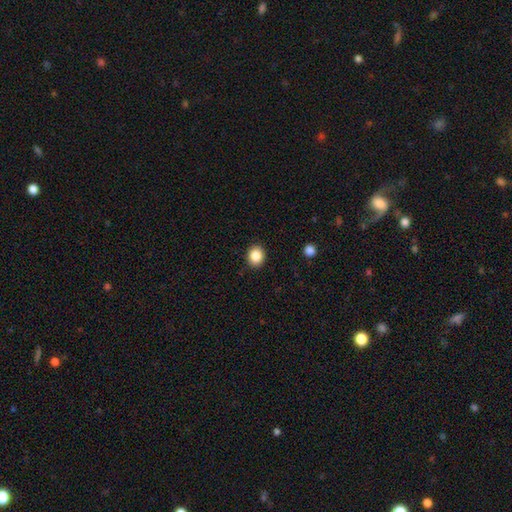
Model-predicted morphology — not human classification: Smooth or featured: smooth — 85% (star or artifact — 10%)
How rounded: round — 66% (in between — 33%)
Merging: none — 91% (minor disturbance — 7%)